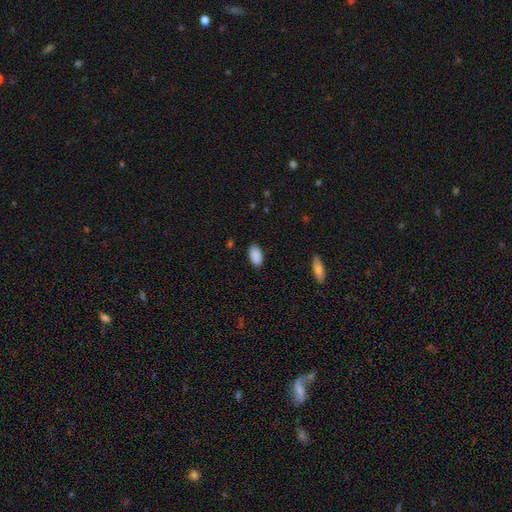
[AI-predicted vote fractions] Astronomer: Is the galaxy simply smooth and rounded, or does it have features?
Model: smooth — 90%.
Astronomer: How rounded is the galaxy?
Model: in between — 95%.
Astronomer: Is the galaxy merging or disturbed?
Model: none — 87%.